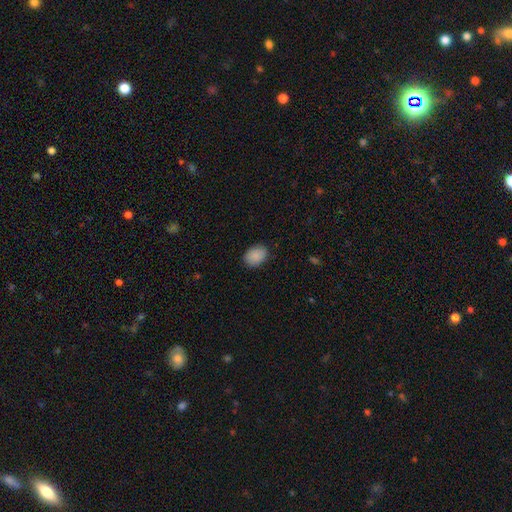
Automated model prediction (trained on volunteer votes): This appears to be a smooth galaxy with no disk features (89%) that is in between round and cigar-shaped (73%). Merging: none (86%).